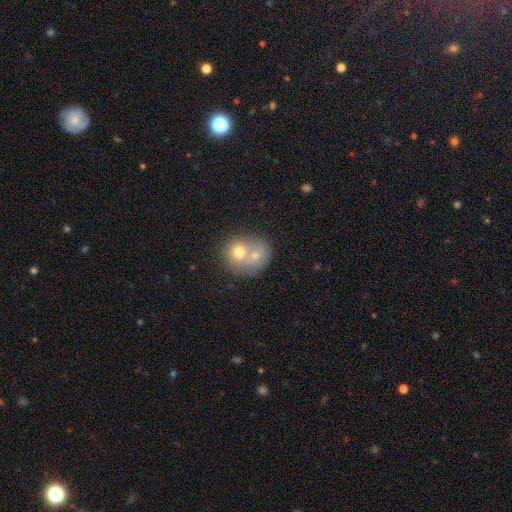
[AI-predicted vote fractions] Smooth or featured? Predicted: smooth (p=0.65). How rounded? Predicted: round (p=0.71). Merging? Predicted: merger (p=0.70).